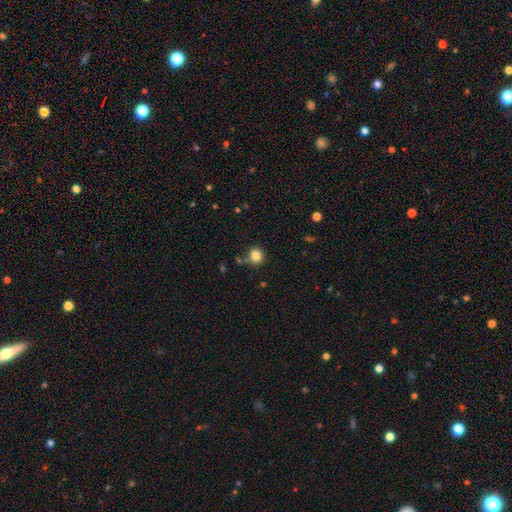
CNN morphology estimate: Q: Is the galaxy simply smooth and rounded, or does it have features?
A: smooth — 84%.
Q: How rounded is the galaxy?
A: round — 90%.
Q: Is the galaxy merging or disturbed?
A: none — 77%.